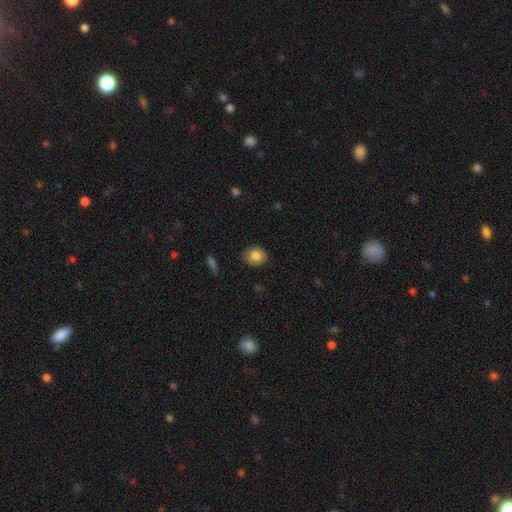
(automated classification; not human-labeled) Overall: smooth (80%). How rounded: round (60%; in between 39%). Merging: none (83%).